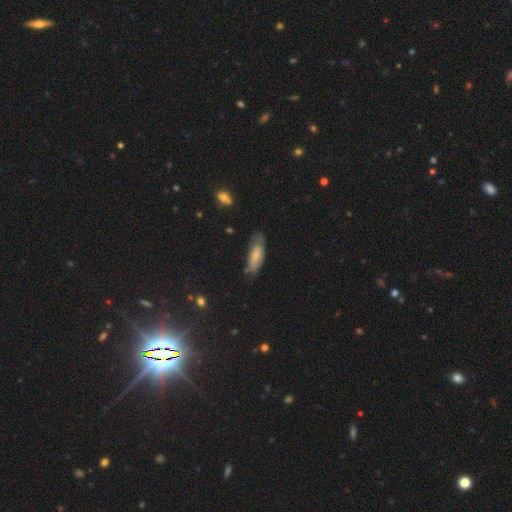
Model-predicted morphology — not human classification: Overall: smooth (69%). How rounded: in between (68%; cigar-shaped 30%). Merging: none (56%; minor disturbance 31%).